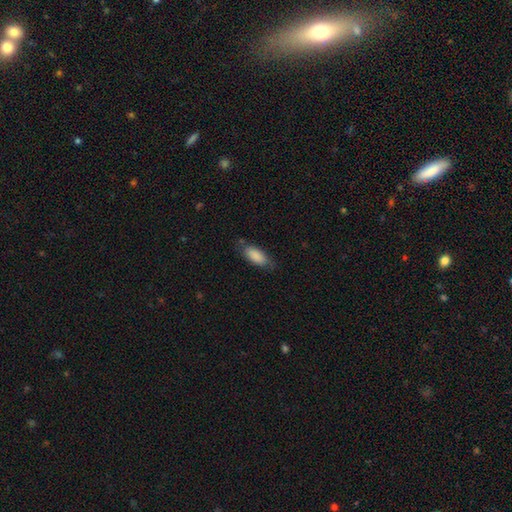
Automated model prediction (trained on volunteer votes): Smooth or featured: smooth — 87% (featured or disk — 7%)
How rounded: in between — 82% (cigar-shaped — 16%)
Merging: none — 70% (minor disturbance — 23%)